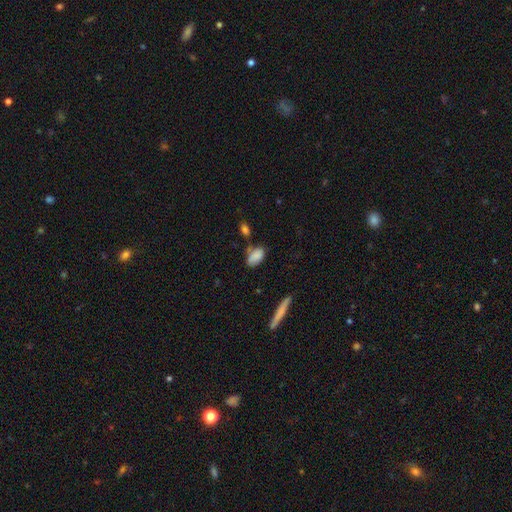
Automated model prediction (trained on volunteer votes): Smooth or featured: smooth — 84% (featured or disk — 8%)
How rounded: in between — 90% (round — 6%)
Merging: none — 58% (minor disturbance — 23%)